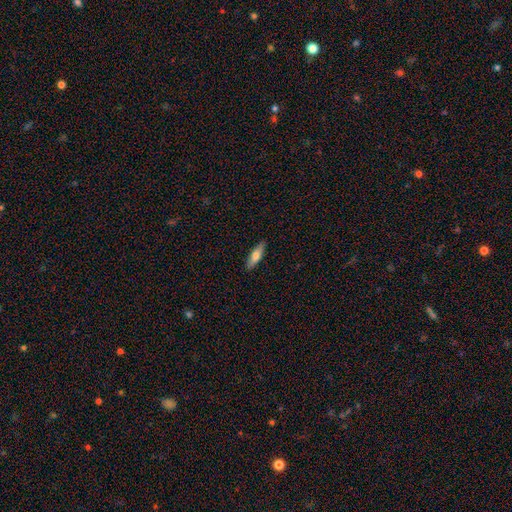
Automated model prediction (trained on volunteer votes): Smooth or featured? Predicted: smooth (p=0.69). How rounded? Predicted: cigar-shaped (p=0.55). Merging? Predicted: none (p=0.89).